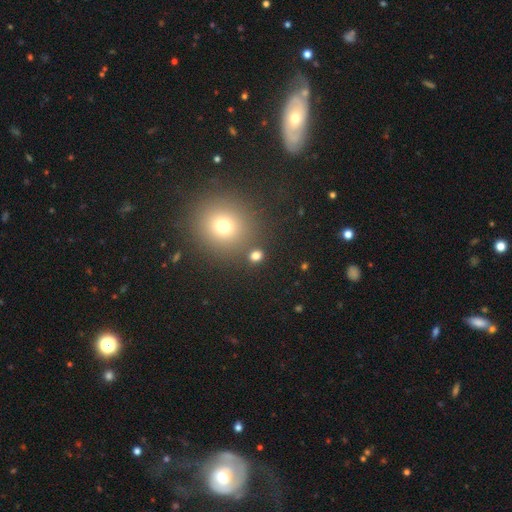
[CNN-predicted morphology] smooth_or_featured: smooth (p=0.74) [alt: star or artifact p=0.20]
how_rounded: round (p=0.78) [alt: in between p=0.21]
merging: none (p=0.81) [alt: merger p=0.08]